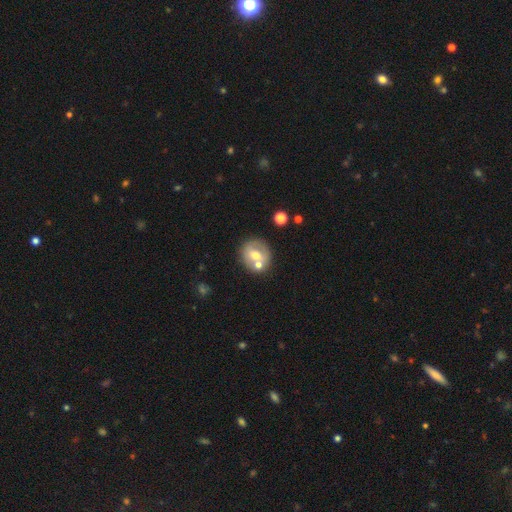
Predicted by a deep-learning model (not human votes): smooth 49%, featured or disk 43%, star or artifact 9%. Down the decision tree: merging — none (65%).